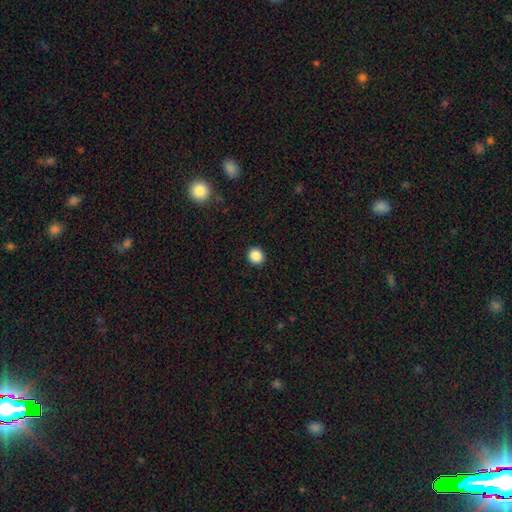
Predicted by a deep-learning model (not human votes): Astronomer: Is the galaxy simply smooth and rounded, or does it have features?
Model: smooth — 87%.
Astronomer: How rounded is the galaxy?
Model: round — 91%.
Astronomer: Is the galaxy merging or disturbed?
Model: none — 92%.